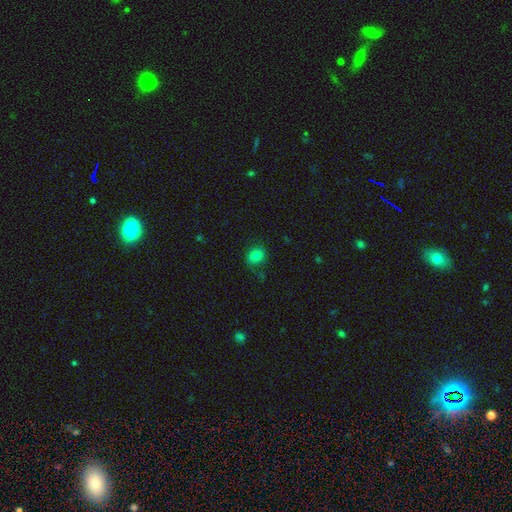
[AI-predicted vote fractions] A smooth galaxy with no disk features (80%) that is round (64%). Merging: none (76%).